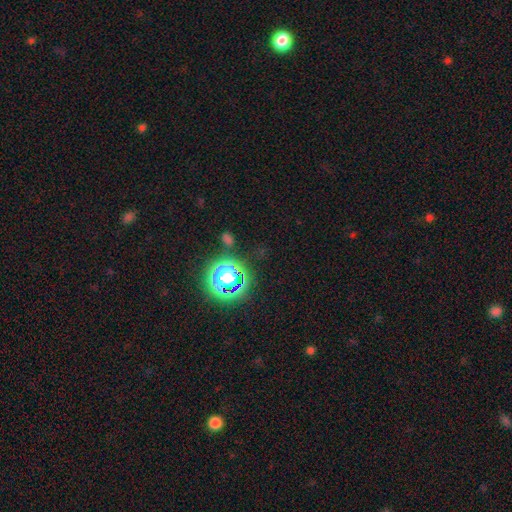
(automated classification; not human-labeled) Smooth or featured? Predicted: star or artifact (p=0.74).